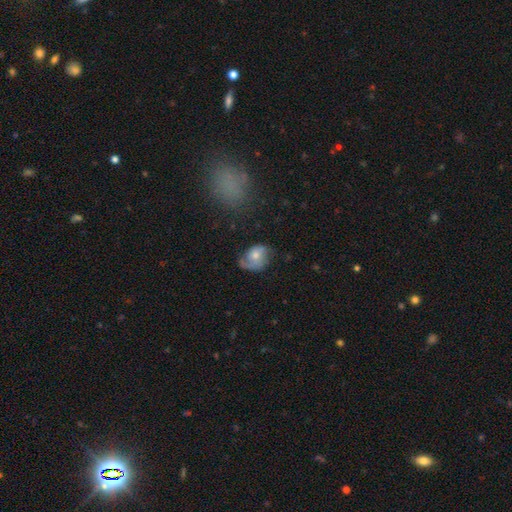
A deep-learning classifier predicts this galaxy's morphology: Smooth or featured? Predicted: featured or disk (p=0.58). Edge-on disk? Predicted: no (p=0.97). Bar? Predicted: no (p=0.74). Spiral arms? Predicted: yes (p=0.83). Bulge size? Predicted: moderate (p=0.51). Merging? Predicted: none (p=0.46).